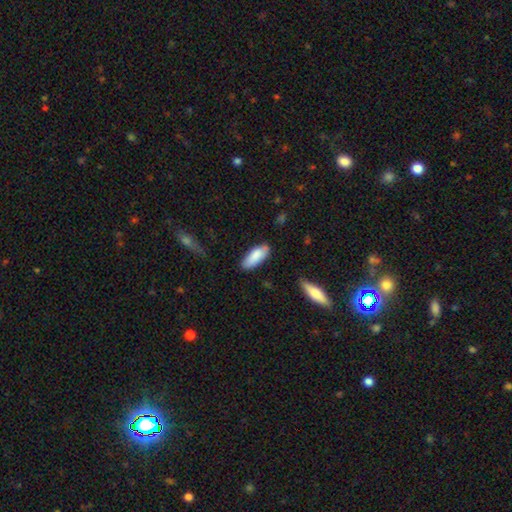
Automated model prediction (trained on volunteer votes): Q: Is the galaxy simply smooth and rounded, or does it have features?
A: smooth — 85%.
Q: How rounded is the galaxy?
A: in between — 74%.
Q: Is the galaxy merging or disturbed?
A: none — 75%.